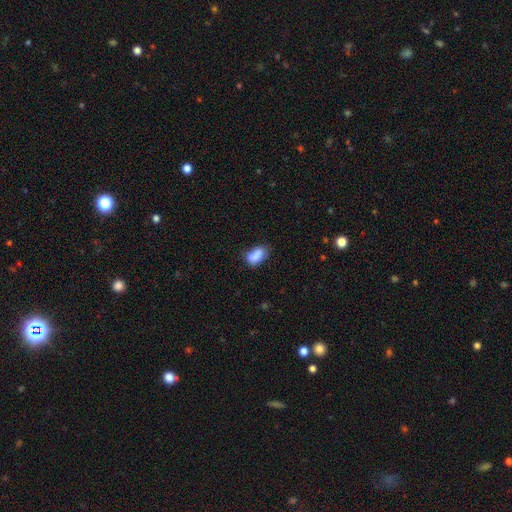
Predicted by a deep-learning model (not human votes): Overall: smooth (80%). How rounded: in between (88%). Merging: none (47%; minor disturbance 31%).